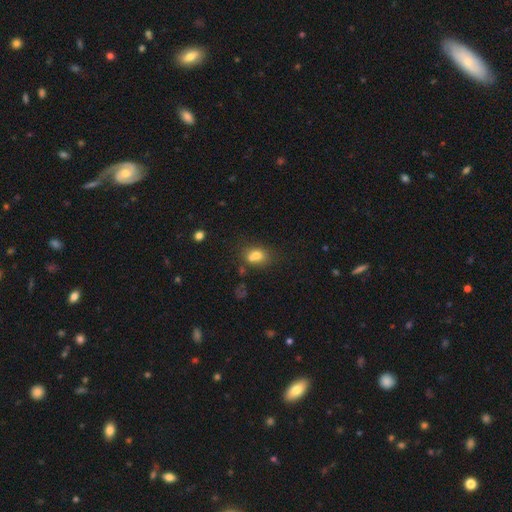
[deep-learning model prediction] Smooth or featured? Predicted: smooth (p=0.75). How rounded? Predicted: in between (p=0.62). Merging? Predicted: none (p=0.46).